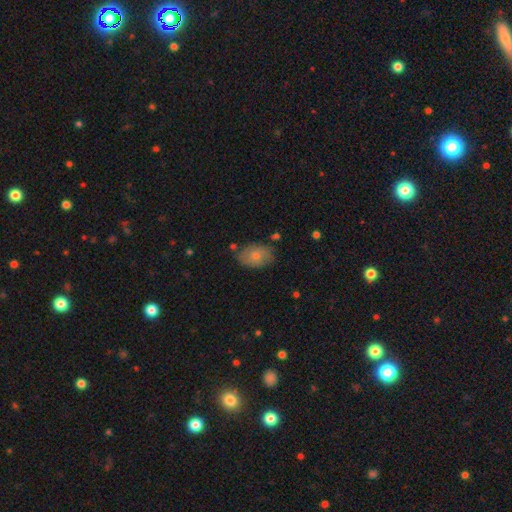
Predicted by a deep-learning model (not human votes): Morphology: type=smooth (74%); roundness=in between (87%); merging=none (74%).